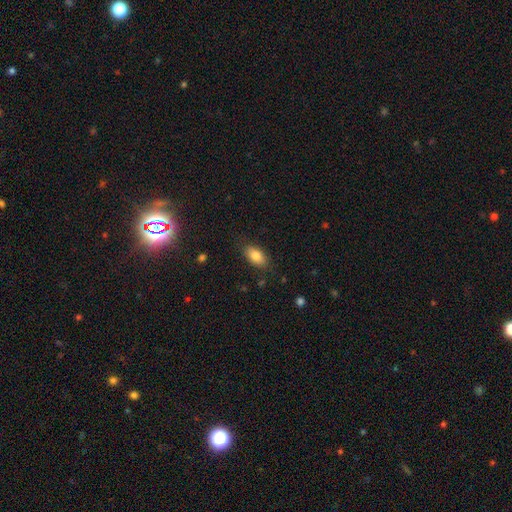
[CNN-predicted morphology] This appears to be a smooth galaxy with no disk features (82%) that is in between round and cigar-shaped (90%). Merging: none (83%).